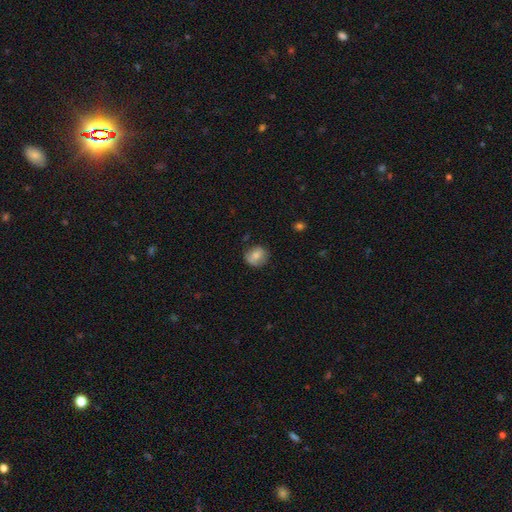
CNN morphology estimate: This appears to be a smooth galaxy with no disk features (73%) that is round (77%). Merging: none (76%).